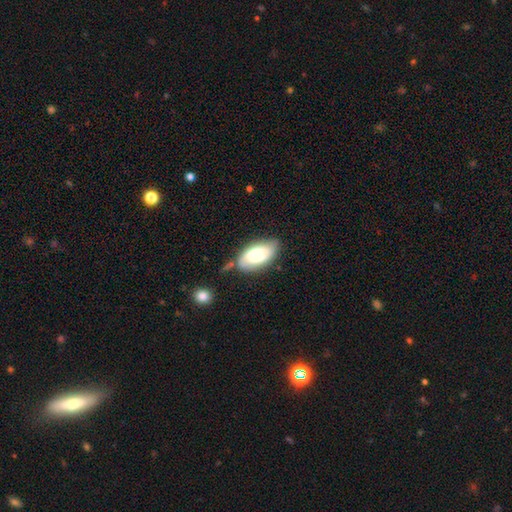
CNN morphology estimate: This appears to be a smooth galaxy with no disk features (69%) that is in between round and cigar-shaped (94%). Merging: none (64%).